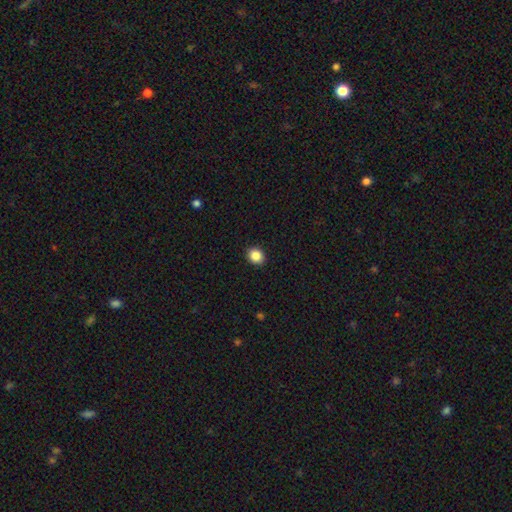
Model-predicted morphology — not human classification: Overall: smooth (87%). How rounded: round (63%; in between 36%). Merging: none (91%).